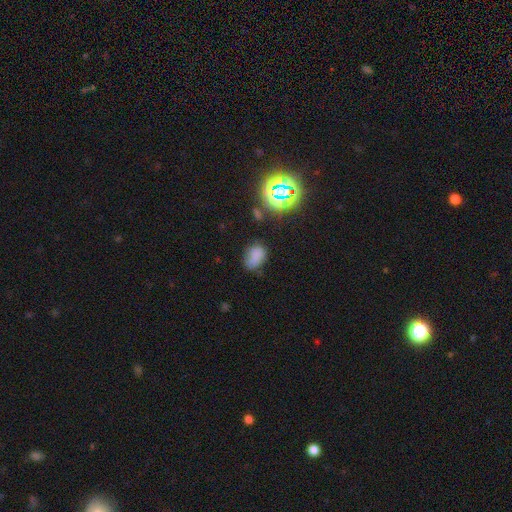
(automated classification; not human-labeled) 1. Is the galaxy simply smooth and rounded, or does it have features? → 67% smooth, 21% star or artifact, 11% featured or disk.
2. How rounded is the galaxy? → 80% in between, 19% round, 2% cigar-shaped.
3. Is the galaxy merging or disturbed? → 57% none, 28% minor disturbance, 11% major disturbance, 4% merger.